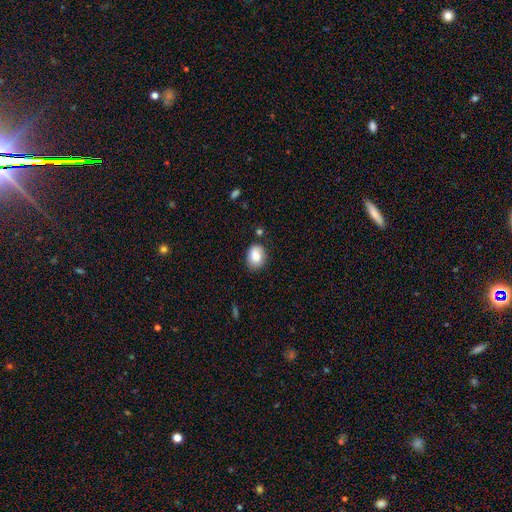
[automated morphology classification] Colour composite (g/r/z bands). It shows a smooth galaxy with no disk features (82%) that is in between round and cigar-shaped (66%). Merging: none (77%).